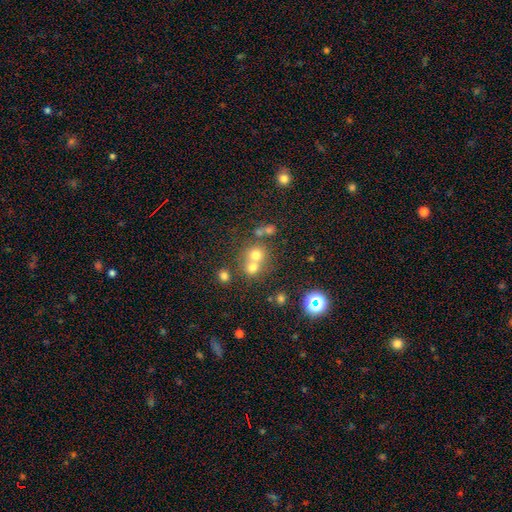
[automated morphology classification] smooth-or-featured: smooth: 65% | star or artifact: 20% | featured or disk: 15%
  how-rounded: round: 84% | in between: 15% | cigar-shaped: 1%
  merging: merger: 47% | none: 44% | minor disturbance: 6% | major disturbance: 3%